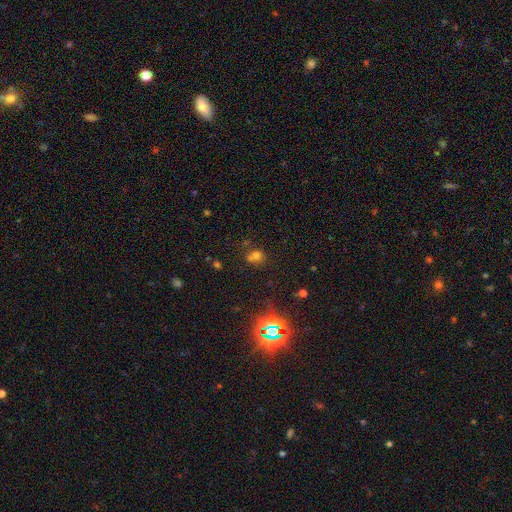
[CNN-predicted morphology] Smooth or featured: smooth — 62% (star or artifact — 26%)
How rounded: round — 74% (in between — 25%)
Merging: none — 52% (merger — 32%)